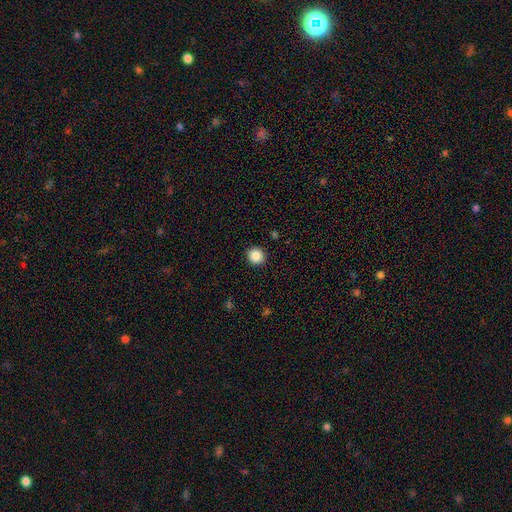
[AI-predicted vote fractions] Morphology: type=smooth (86%); roundness=round (94%); merging=none (93%).